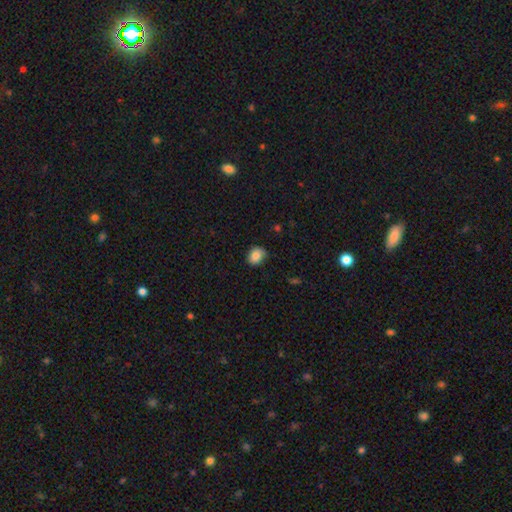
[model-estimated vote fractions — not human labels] The model was most divided on "how rounded": round: 61%, in between: 38%, cigar-shaped: 1%. More confident: smooth or featured — smooth (84%); merging — none (76%).